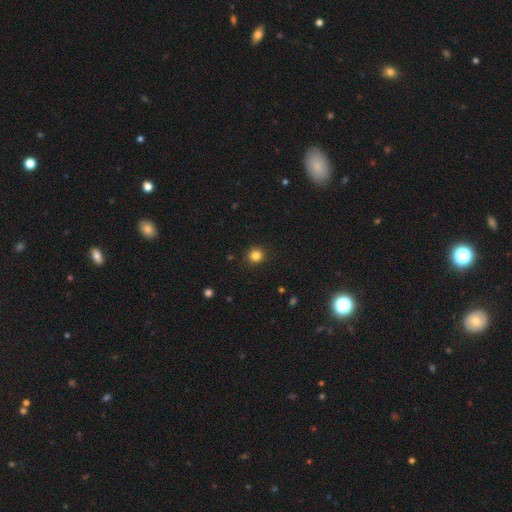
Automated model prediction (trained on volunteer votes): Smooth or featured?
  - smooth: 83% *
  - star or artifact: 13%
  - featured or disk: 4%
How rounded?
  - round: 92% *
  - in between: 7%
  - cigar-shaped: 1%
Merging?
  - none: 91% *
  - minor disturbance: 6%
  - major disturbance: 2%
  - merger: 1%